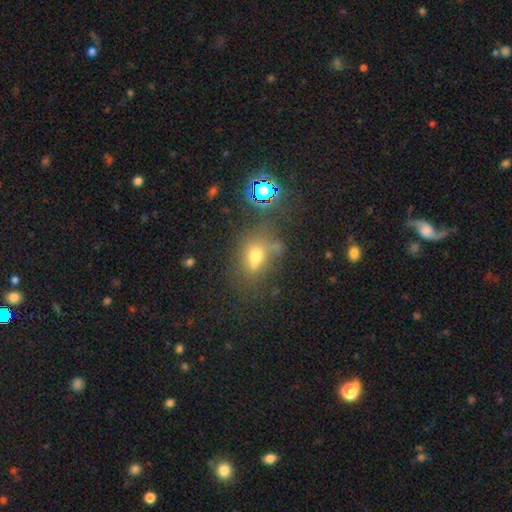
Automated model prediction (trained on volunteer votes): A smooth galaxy with no disk features (57%) that is round (55%). Merging: none (45%).